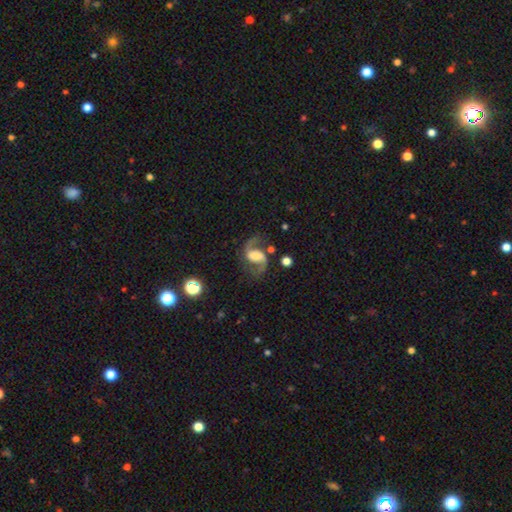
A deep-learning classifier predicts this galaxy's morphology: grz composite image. It shows a featured or disk galaxy (88%) with a weak bar (45%), 2 (94%) loose (49%) spiral arms (97%) and a moderate central bulge (37%). Merging: none (75%).